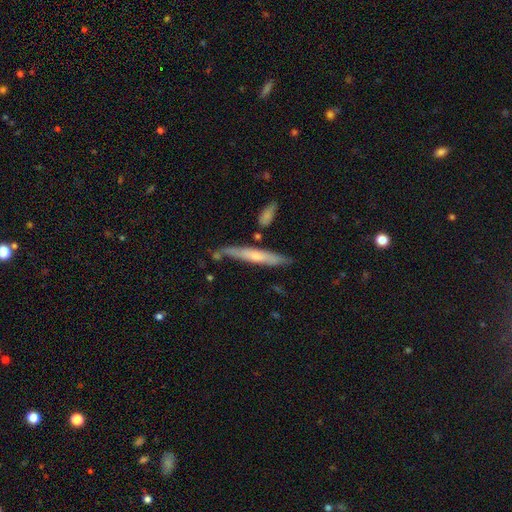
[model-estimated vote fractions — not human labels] This appears to be a smooth galaxy with no disk features (50%). Merging: none (71%).